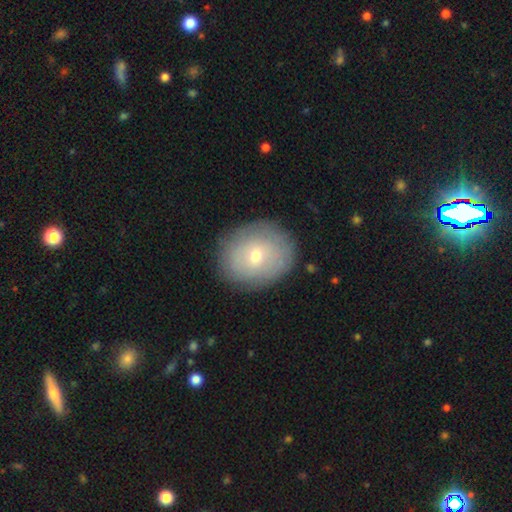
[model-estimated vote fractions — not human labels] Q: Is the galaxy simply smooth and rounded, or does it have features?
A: smooth — 59%.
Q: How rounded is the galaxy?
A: round — 60%.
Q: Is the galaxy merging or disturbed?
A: none — 84%.